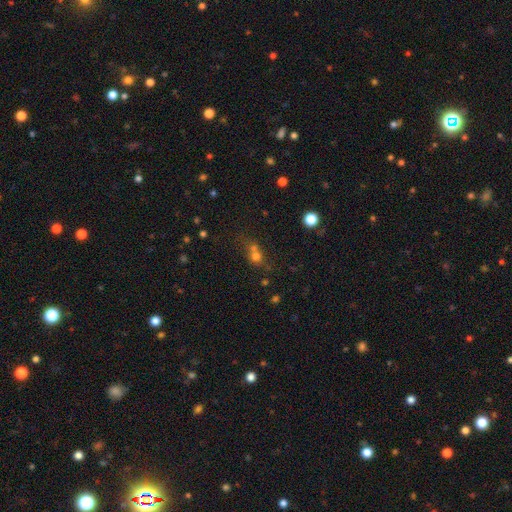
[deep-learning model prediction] Overall: smooth (66%). How rounded: round (77%). Merging: merger (47%; none 38%).